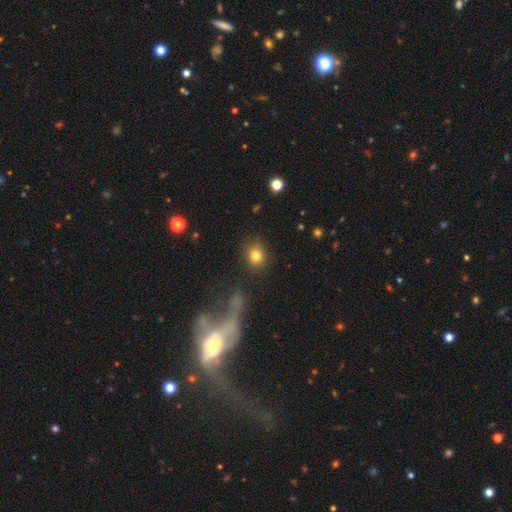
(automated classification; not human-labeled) This is clearly a smooth galaxy (81%). How rounded: likely round (73%). Merging: clearly none (83%).